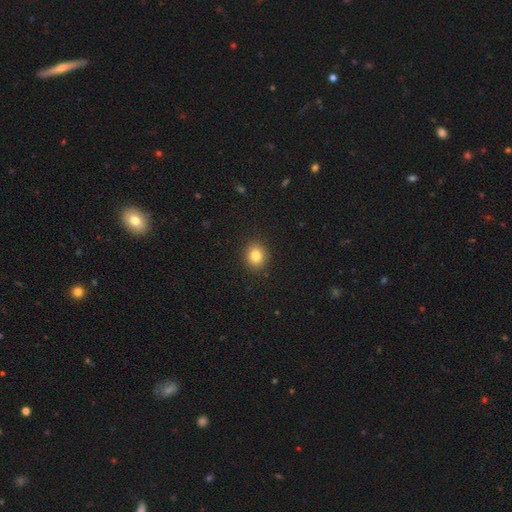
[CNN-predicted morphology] Smooth or featured? Predicted: smooth (p=0.83). How rounded? Predicted: round (p=0.72). Merging? Predicted: none (p=0.91).